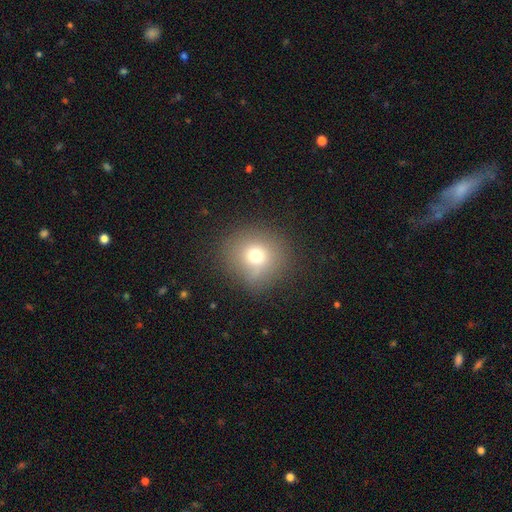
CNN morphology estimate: smooth-or-featured: smooth: 71% | star or artifact: 17% | featured or disk: 12%
  how-rounded: round: 91% | in between: 8% | cigar-shaped: 1%
  merging: none: 85% | minor disturbance: 9% | major disturbance: 5% | merger: 1%